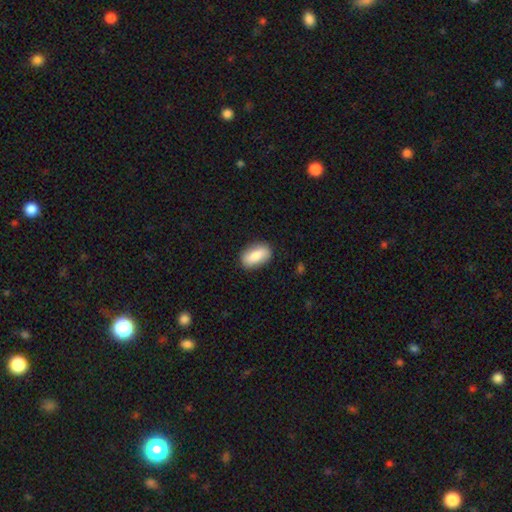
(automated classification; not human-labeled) smooth 83%, featured or disk 11%, star or artifact 6%. Down the decision tree: how rounded — in between (90%); merging — none (85%).